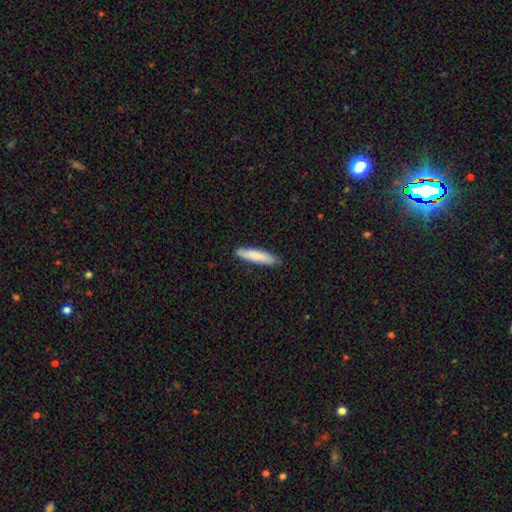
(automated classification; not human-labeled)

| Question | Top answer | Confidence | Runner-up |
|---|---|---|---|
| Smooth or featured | smooth | 82% | featured or disk (13%) |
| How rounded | cigar-shaped | 84% | in between (15%) |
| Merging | none | 88% | minor disturbance (10%) |